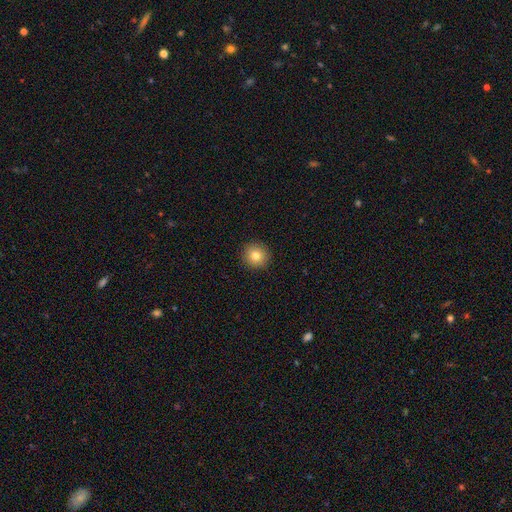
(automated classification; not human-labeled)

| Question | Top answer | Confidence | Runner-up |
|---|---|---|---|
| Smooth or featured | smooth | 81% | star or artifact (11%) |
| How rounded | round | 94% | in between (5%) |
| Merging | none | 93% | minor disturbance (5%) |